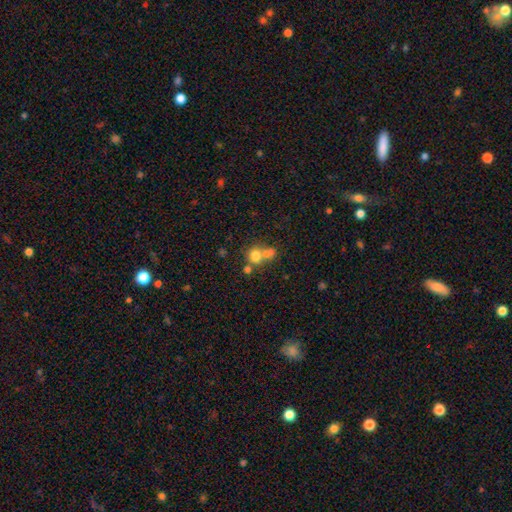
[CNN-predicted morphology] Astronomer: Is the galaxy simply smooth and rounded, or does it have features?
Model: smooth — 73%.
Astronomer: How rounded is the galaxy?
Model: round — 79%.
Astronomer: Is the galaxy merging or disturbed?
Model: merger — 51% (runner-up: none, 38%).